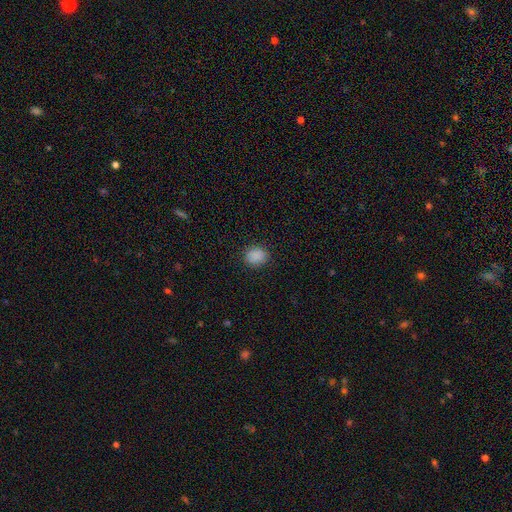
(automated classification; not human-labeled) Morphology: type=smooth (88%); roundness=round (60%); merging=none (88%).